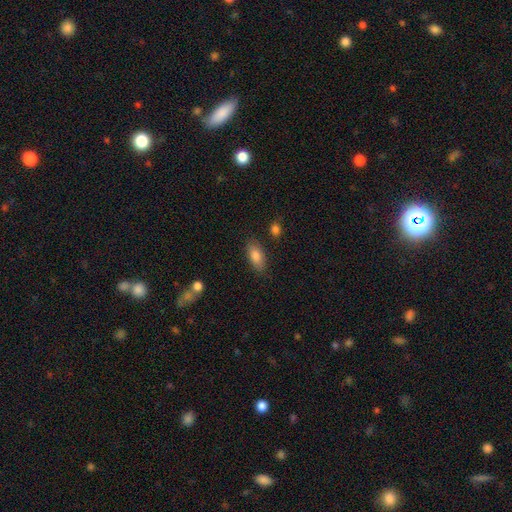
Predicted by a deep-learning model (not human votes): Smooth or featured? Predicted: smooth (p=0.83). How rounded? Predicted: in between (p=0.89). Merging? Predicted: none (p=0.81).